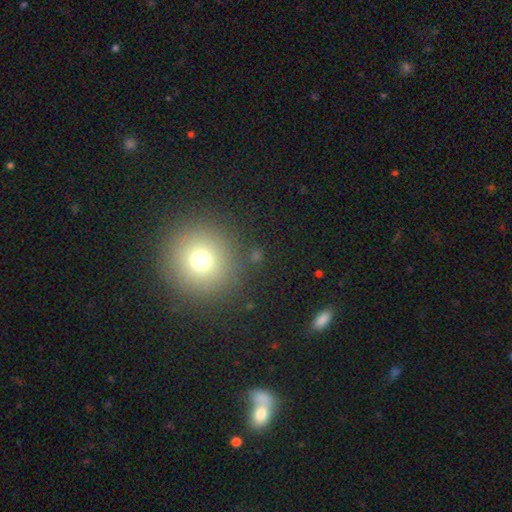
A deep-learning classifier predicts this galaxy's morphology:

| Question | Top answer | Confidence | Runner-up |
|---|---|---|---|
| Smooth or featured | smooth | 68% | star or artifact (21%) |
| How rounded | round | 91% | in between (8%) |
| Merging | none | 86% | minor disturbance (7%) |